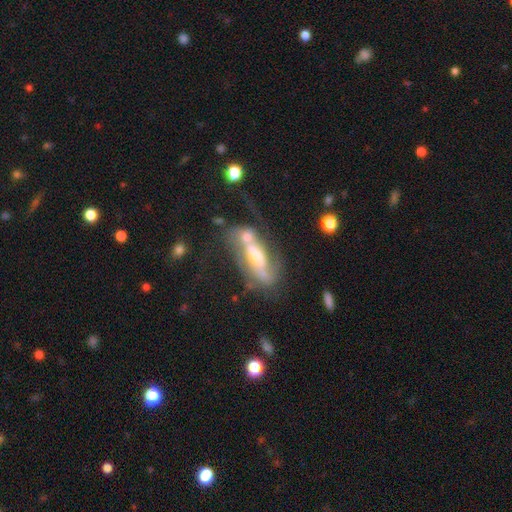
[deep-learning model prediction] The model was most divided on "merging": merger: 38%, none: 25%, major disturbance: 21%, minor disturbance: 15%. More confident: edge-on disk — no (76%); smooth or featured — featured or disk (65%).